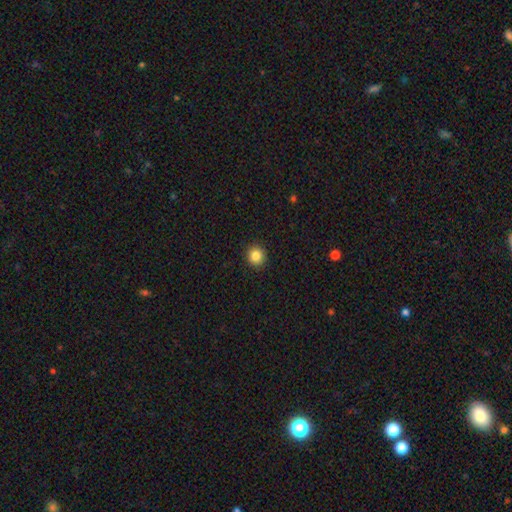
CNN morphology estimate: A smooth galaxy with no disk features (85%) that is round (91%).

Vote fractions:
- Smooth or featured? smooth: 85% / star or artifact: 11% / featured or disk: 5%
- How rounded? round: 91% / in between: 8% / cigar-shaped: 1%
- Merging? none: 92% / minor disturbance: 5% / major disturbance: 2% / merger: 1%